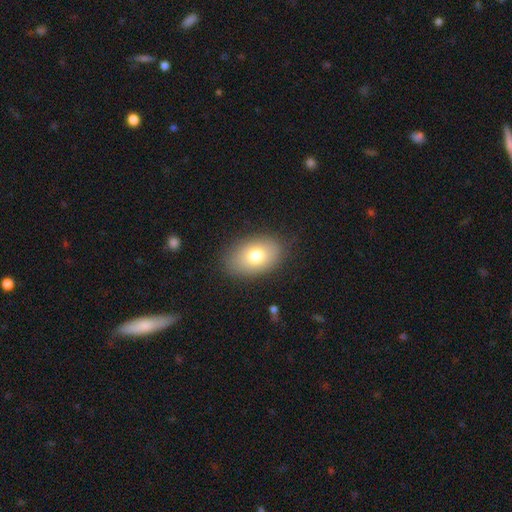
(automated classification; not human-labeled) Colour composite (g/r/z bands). It shows a smooth galaxy with no disk features (76%) that is in between round and cigar-shaped (84%). Merging: none (84%).